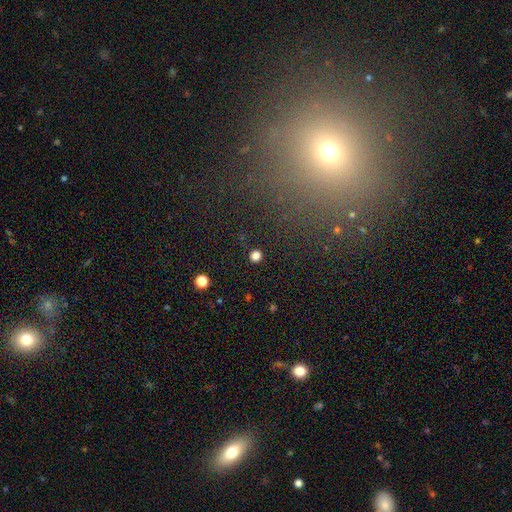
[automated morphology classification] The model was most divided on "smooth or featured": smooth: 80%, star or artifact: 16%, featured or disk: 4%. More confident: how rounded — round (93%); merging — none (92%).